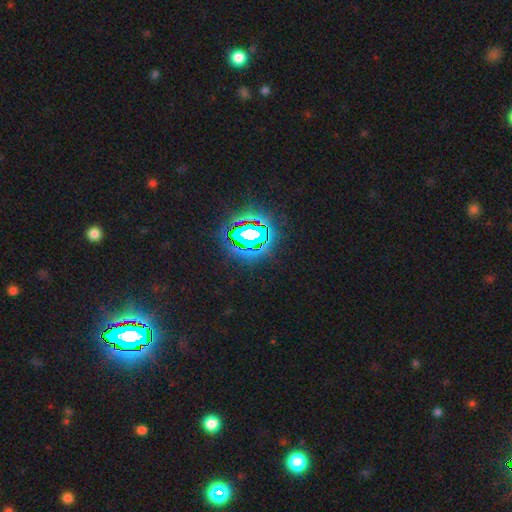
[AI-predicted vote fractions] Smooth or featured? Predicted: star or artifact (p=0.82).